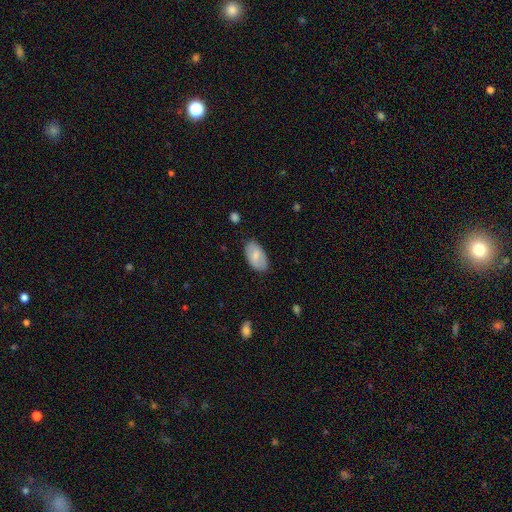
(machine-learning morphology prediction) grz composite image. It shows a smooth galaxy with no disk features (73%) that is in between round and cigar-shaped (95%). Merging: none (82%).